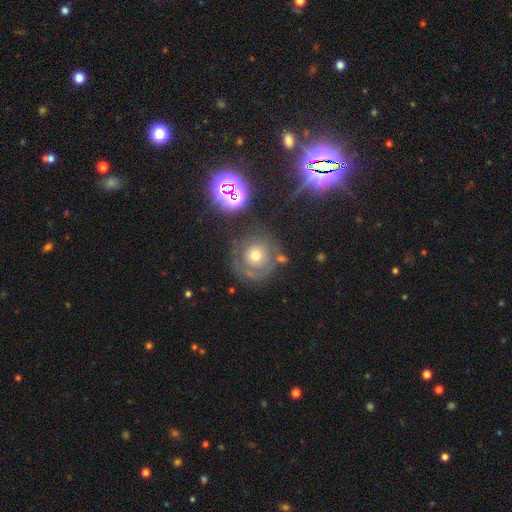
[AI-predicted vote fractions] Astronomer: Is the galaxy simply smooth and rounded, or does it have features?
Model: featured or disk — 45% (runner-up: smooth, 39%).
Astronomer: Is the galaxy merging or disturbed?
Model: none — 66%.